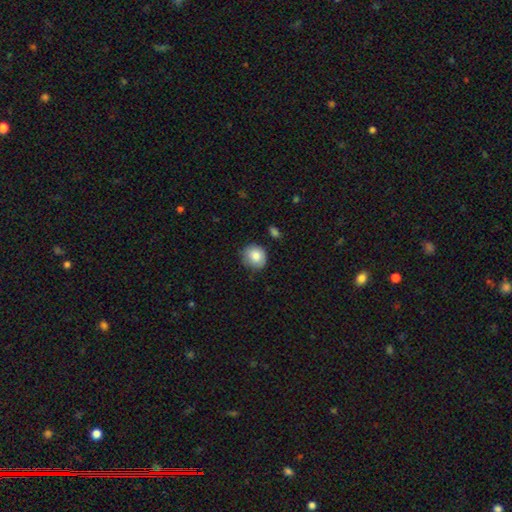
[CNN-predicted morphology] This is clearly a smooth galaxy (83%). How rounded: likely round (80%). Merging: likely none (75%).